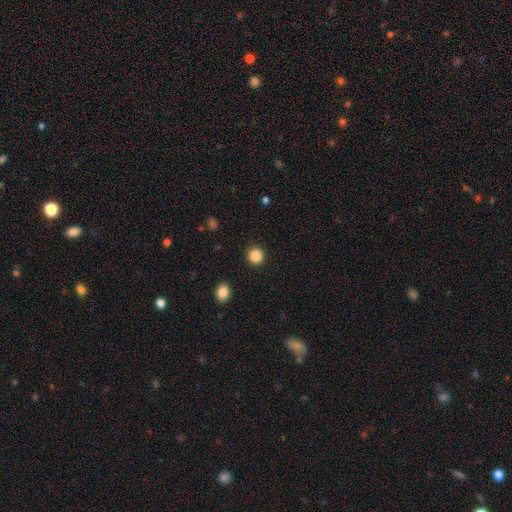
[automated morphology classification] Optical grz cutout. It shows a smooth galaxy with no disk features (87%) that is round (92%). Merging: none (91%).